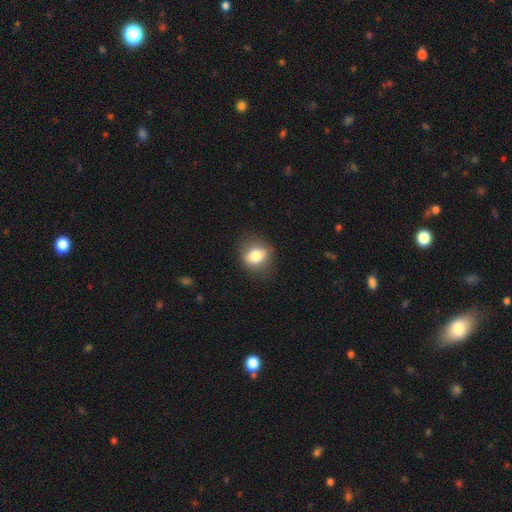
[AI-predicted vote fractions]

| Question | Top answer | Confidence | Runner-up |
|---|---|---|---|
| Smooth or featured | smooth | 80% | featured or disk (11%) |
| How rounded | round | 55% | in between (44%) |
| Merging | none | 78% | minor disturbance (16%) |